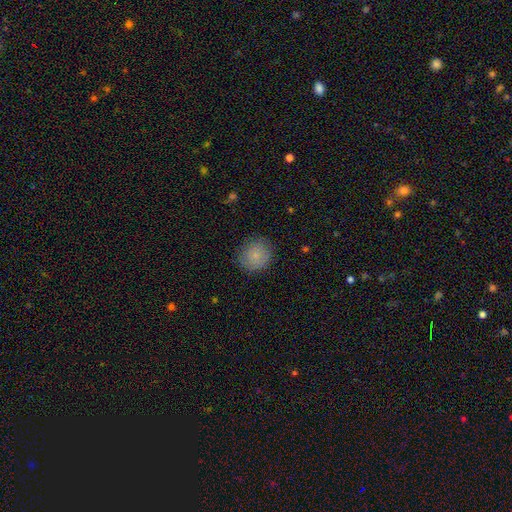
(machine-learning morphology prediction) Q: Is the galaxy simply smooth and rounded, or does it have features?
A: smooth — 79%.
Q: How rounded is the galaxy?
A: round — 86%.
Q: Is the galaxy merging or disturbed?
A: none — 81%.